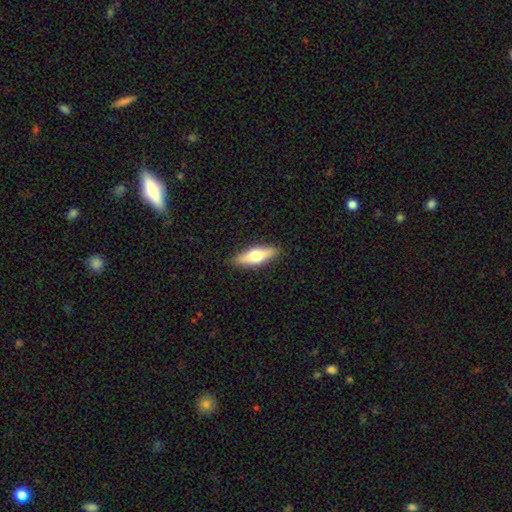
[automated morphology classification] Smooth or featured? smooth (58%)
How rounded? in between (49%)
Merging? none (89%)